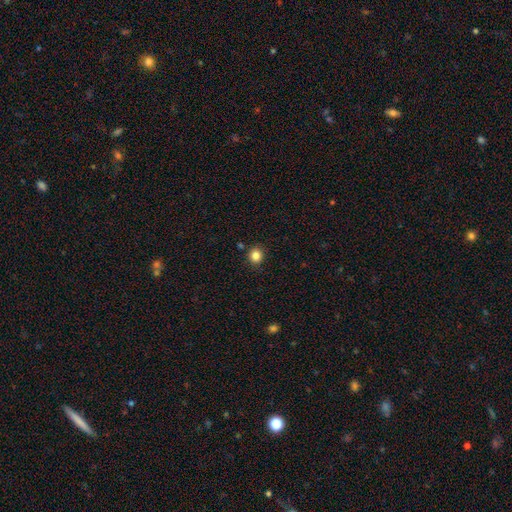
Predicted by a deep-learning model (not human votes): Q: Smooth or featured?
A: smooth (84%); runner-up: star or artifact (12%)
Q: How rounded?
A: round (83%); runner-up: in between (16%)
Q: Merging?
A: none (88%); runner-up: minor disturbance (7%)